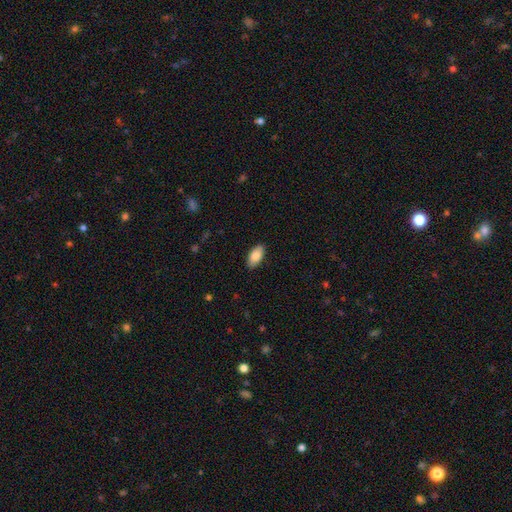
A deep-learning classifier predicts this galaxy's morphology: type=smooth (85%); roundness=in between (93%); merging=none (89%).